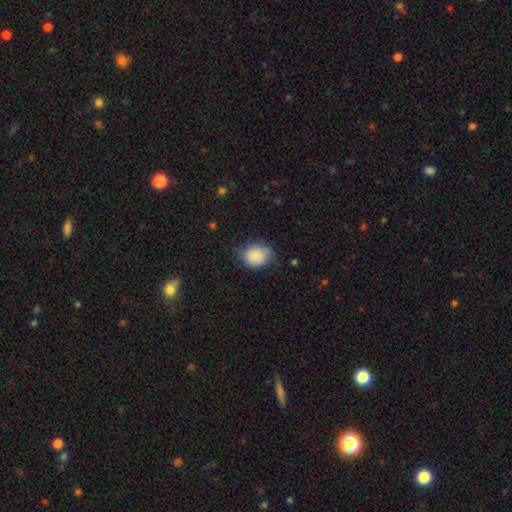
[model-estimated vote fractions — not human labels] smooth 80%, featured or disk 12%, star or artifact 8%. Down the decision tree: how rounded — round (58%); merging — none (57%).